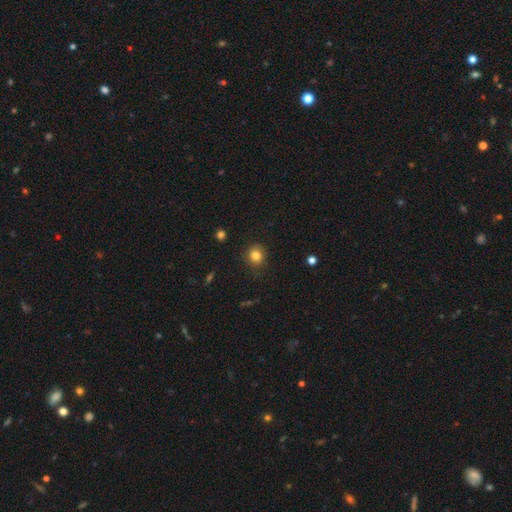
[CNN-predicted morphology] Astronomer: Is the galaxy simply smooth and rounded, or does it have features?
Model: smooth — 82%.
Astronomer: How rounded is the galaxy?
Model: round — 85%.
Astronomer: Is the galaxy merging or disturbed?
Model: none — 87%.